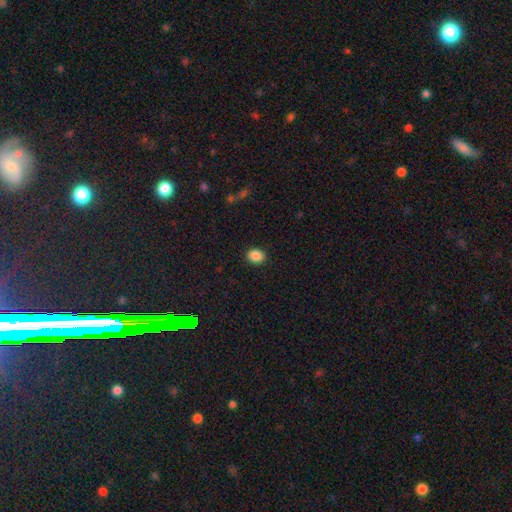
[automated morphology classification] Smooth or featured? smooth (88%)
How rounded? round (50%)
Merging? none (90%)